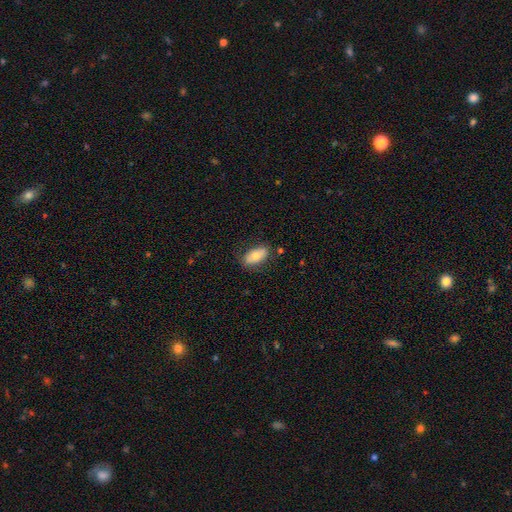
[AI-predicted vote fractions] A smooth galaxy with no disk features (72%) that is in between round and cigar-shaped (92%).

Vote fractions:
- Smooth or featured? smooth: 72% / featured or disk: 21% / star or artifact: 7%
- How rounded? in between: 92% / cigar-shaped: 4% / round: 4%
- Merging? none: 76% / minor disturbance: 17% / major disturbance: 4% / merger: 2%